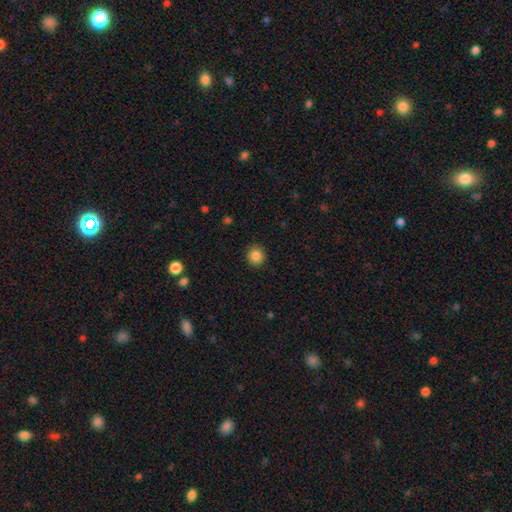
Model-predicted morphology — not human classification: smooth 85%, star or artifact 10%, featured or disk 5%. Down the decision tree: how rounded — round (89%); merging — none (91%).